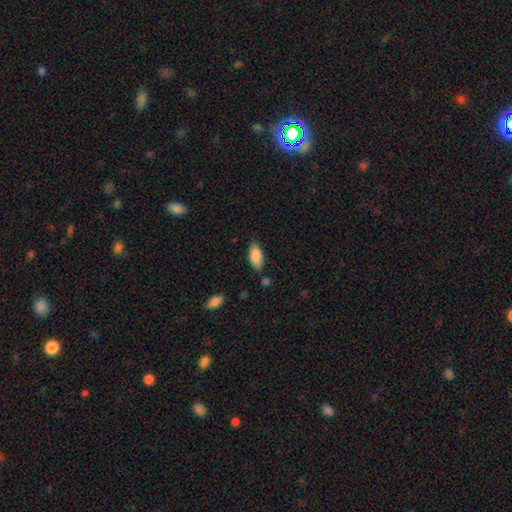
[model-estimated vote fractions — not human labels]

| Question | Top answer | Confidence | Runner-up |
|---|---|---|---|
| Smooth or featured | smooth | 87% | featured or disk (7%) |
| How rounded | in between | 87% | cigar-shaped (12%) |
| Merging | none | 78% | minor disturbance (16%) |